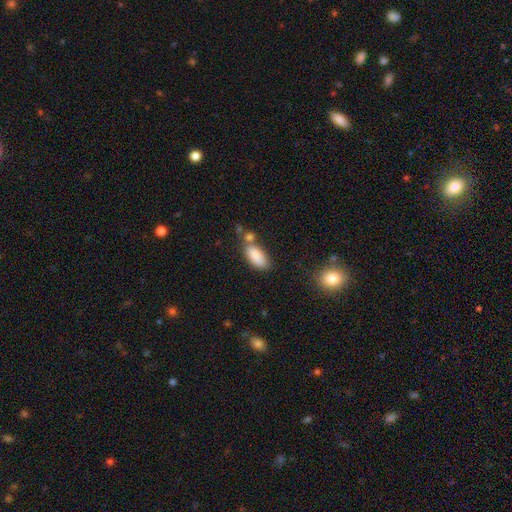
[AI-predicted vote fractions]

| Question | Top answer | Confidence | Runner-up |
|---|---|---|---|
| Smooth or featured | smooth | 86% | star or artifact (7%) |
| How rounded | in between | 87% | cigar-shaped (10%) |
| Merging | none | 53% | merger (24%) |